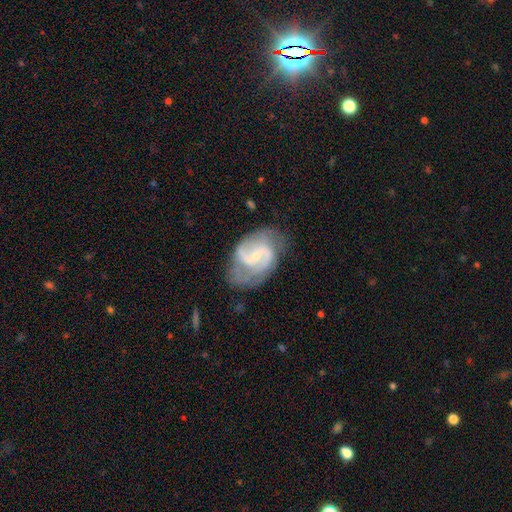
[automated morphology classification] A featured or disk galaxy (87%) with a weak bar (50%), 2 (85%) medium (54%) spiral arms (96%) and a small central bulge (70%). Merging: none (64%).